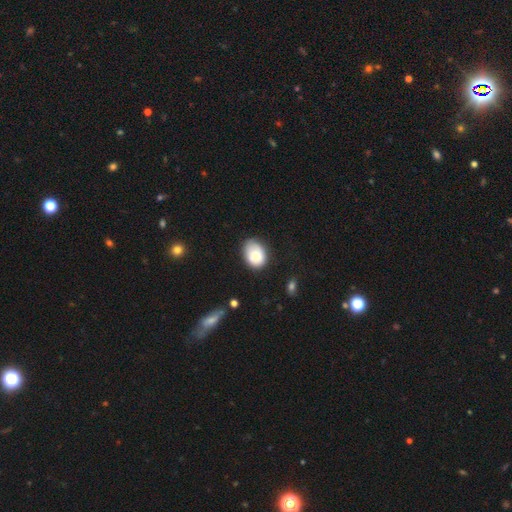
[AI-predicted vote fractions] This appears to be a smooth galaxy with no disk features (80%) that is in between round and cigar-shaped (74%). Merging: none (64%).